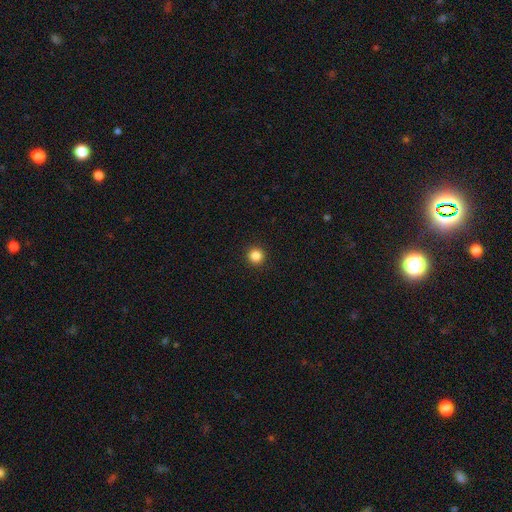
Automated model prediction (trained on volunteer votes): Morphology: type=smooth (85%); roundness=round (95%); merging=none (93%).